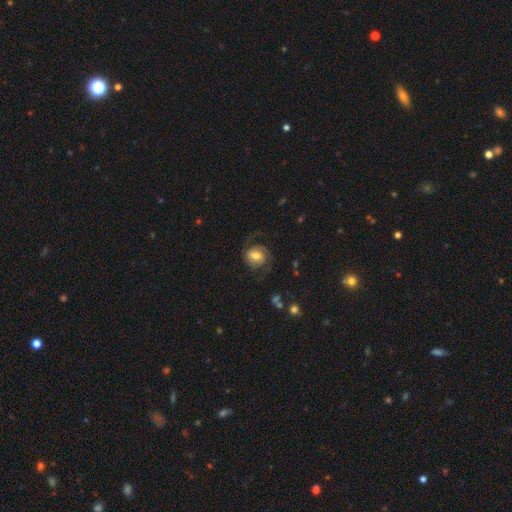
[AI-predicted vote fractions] A featured or disk galaxy (63%) with no bar (48%), 2 (73%) medium (43%) spiral arms (91%) and a moderate central bulge (66%). Merging: none (65%).